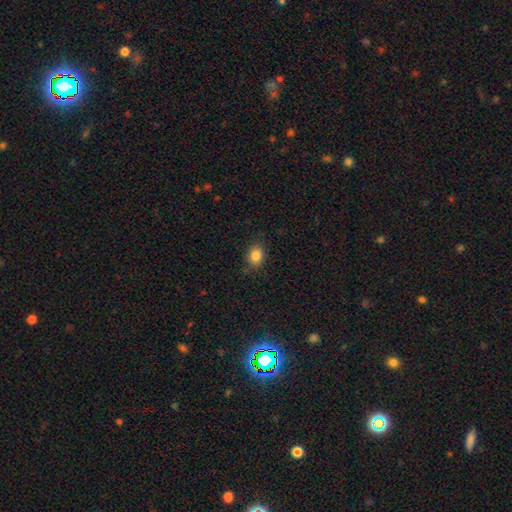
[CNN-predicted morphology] smooth-or-featured: smooth: 85% | star or artifact: 10% | featured or disk: 6%
  how-rounded: in between: 61% | round: 38% | cigar-shaped: 1%
  merging: none: 85% | minor disturbance: 11% | major disturbance: 3% | merger: 1%